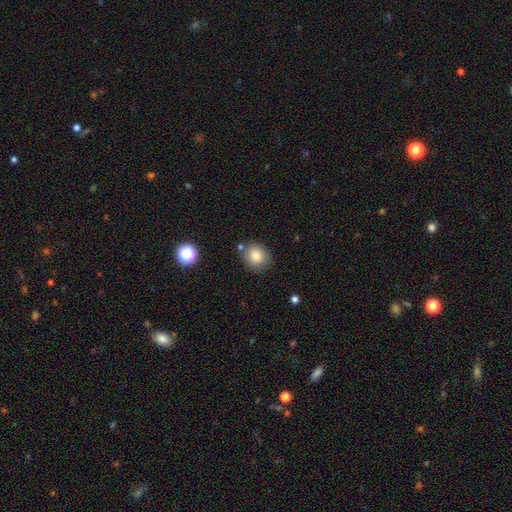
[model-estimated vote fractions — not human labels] The model was most divided on "how rounded": round: 71%, in between: 28%, cigar-shaped: 1%. More confident: smooth or featured — smooth (83%); merging — none (78%).